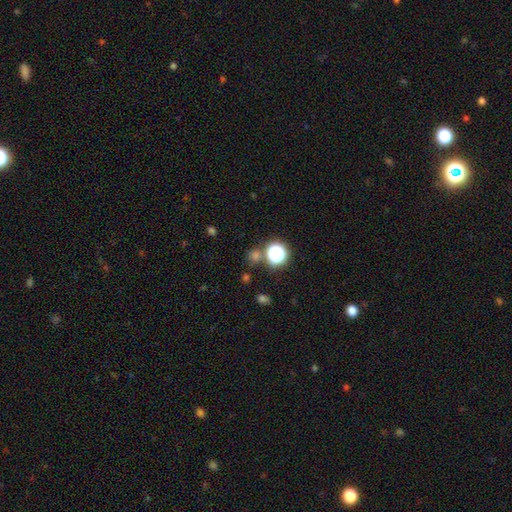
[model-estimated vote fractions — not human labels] This is possibly a smooth galaxy (57%). How rounded: clearly round (86%). Merging: likely none (74%).